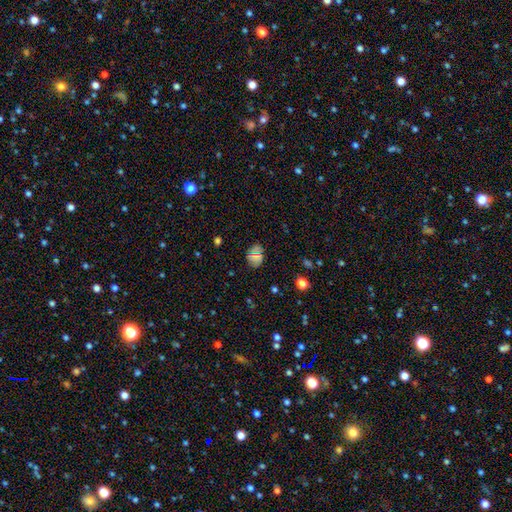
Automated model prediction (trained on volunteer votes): The model was most divided on "how rounded": in between: 69%, round: 30%, cigar-shaped: 1%. More confident: smooth or featured — smooth (66%); merging — none (64%).